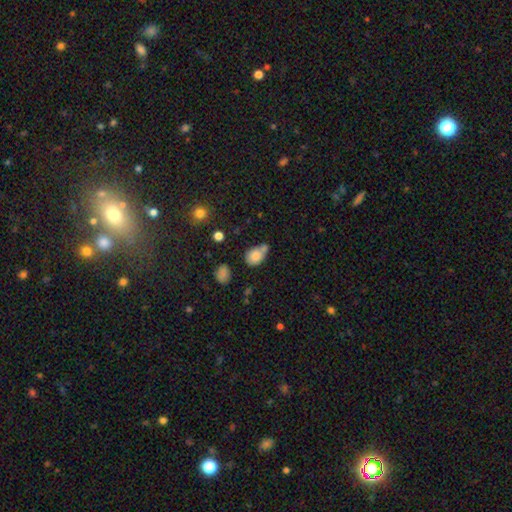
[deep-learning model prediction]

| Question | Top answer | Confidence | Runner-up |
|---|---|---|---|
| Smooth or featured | smooth | 79% | featured or disk (11%) |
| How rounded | in between | 65% | round (34%) |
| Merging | none | 37% | merger (32%) |